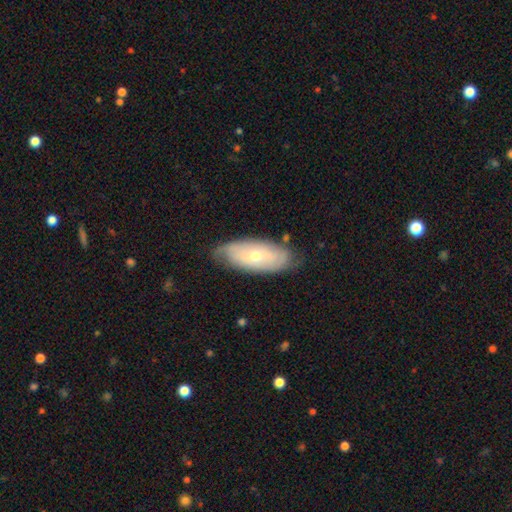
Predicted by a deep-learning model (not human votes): Morphology: type=featured or disk (54%); edge-on=no (84%); merging=none (72%).